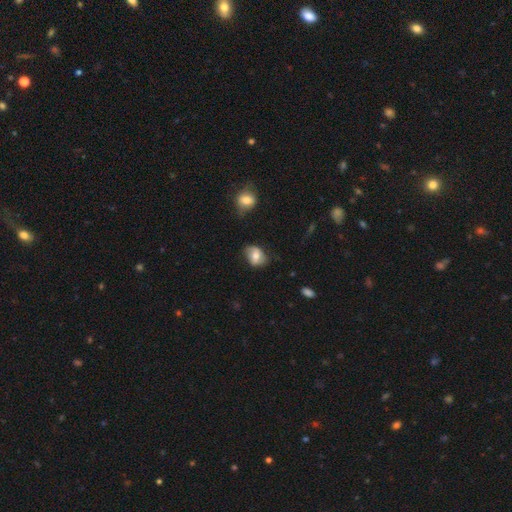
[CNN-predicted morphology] This is possibly a smooth galaxy (59%). How rounded: likely in between (66%). Merging: likely none (64%).